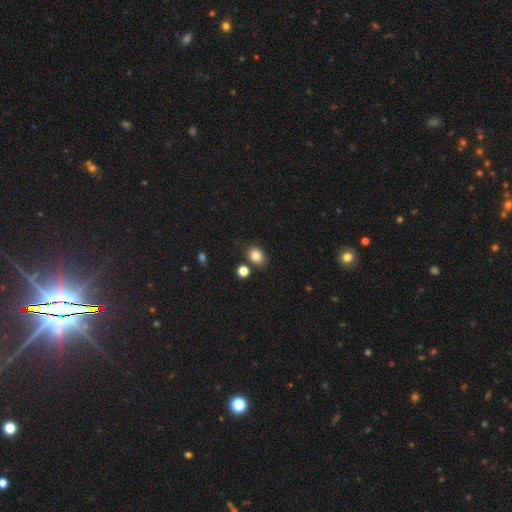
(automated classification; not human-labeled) A smooth galaxy with no disk features (85%) that is in between round and cigar-shaped (63%).

Vote fractions:
- Smooth or featured? smooth: 85% / star or artifact: 10% / featured or disk: 5%
- How rounded? in between: 63% / round: 36% / cigar-shaped: 1%
- Merging? none: 77% / minor disturbance: 12% / merger: 8% / major disturbance: 3%